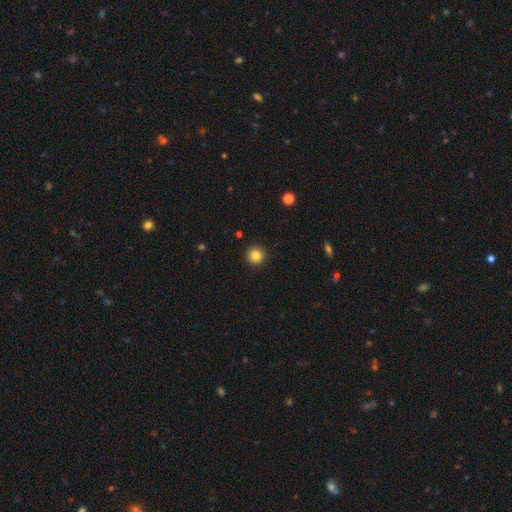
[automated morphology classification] Smooth or featured? smooth (84%)
How rounded? round (95%)
Merging? none (92%)